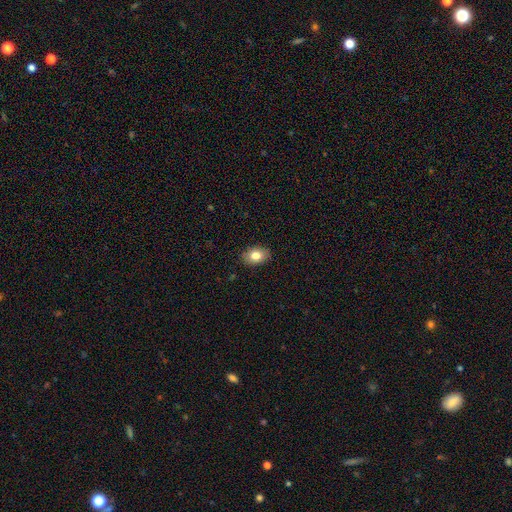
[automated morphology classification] Smooth or featured? Predicted: smooth (p=0.81). How rounded? Predicted: in between (p=0.79). Merging? Predicted: none (p=0.87).